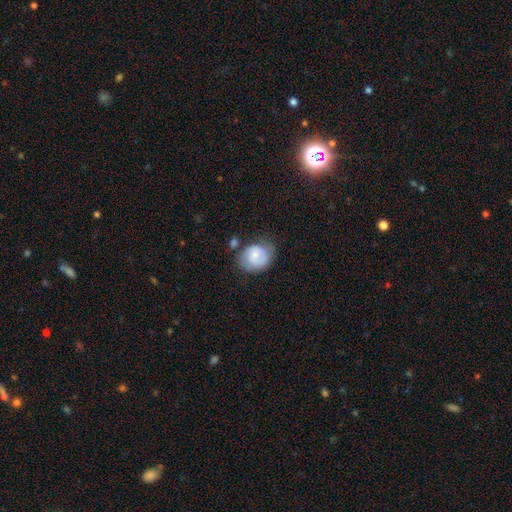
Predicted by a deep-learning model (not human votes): Smooth or featured: smooth — 57% (featured or disk — 36%)
How rounded: round — 64% (in between — 35%)
Merging: none — 60% (minor disturbance — 25%)